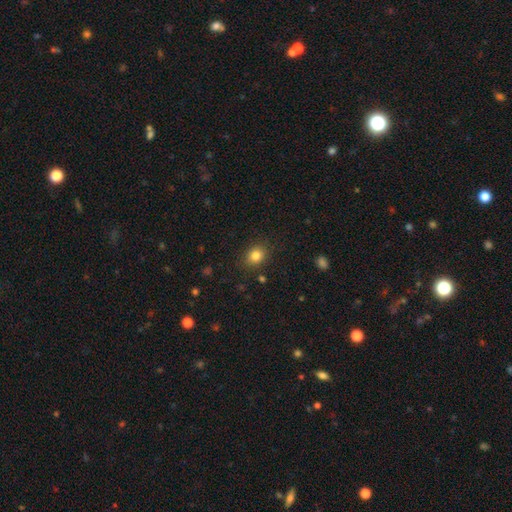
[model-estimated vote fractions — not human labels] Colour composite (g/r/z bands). It shows a smooth galaxy with no disk features (83%) that is round (56%). Merging: none (85%).